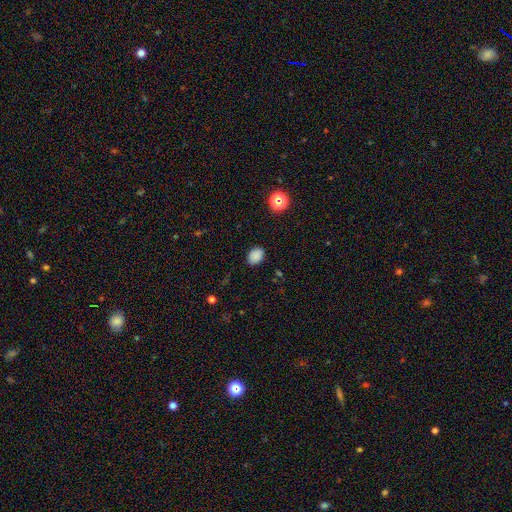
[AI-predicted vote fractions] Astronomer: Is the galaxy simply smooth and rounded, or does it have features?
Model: smooth — 85%.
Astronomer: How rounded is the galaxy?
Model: in between — 68%.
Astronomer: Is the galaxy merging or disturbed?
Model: none — 87%.